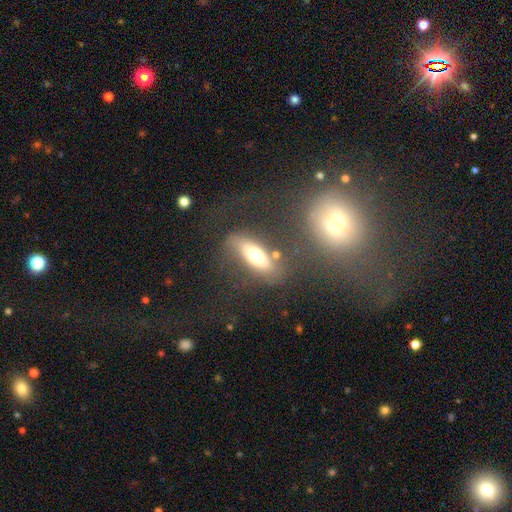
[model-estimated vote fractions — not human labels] The model was most divided on "smooth or featured": smooth: 59%, featured or disk: 32%, star or artifact: 9%. More confident: merging — none (66%); how rounded — in between (64%).